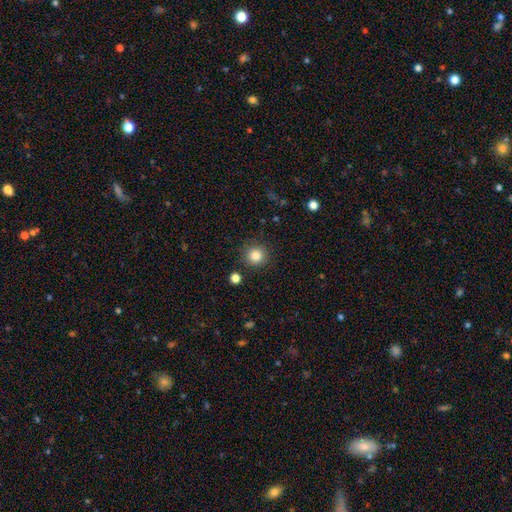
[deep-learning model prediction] Smooth or featured? Predicted: smooth (p=0.84). How rounded? Predicted: round (p=0.93). Merging? Predicted: none (p=0.88).